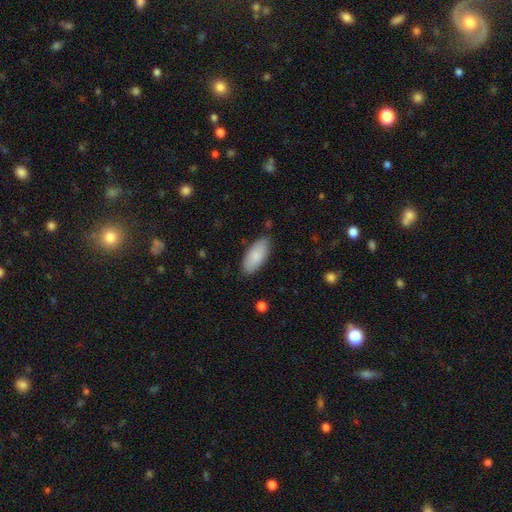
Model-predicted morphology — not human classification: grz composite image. It shows a smooth galaxy with no disk features (85%) that is in between round and cigar-shaped (88%). Merging: none (83%).